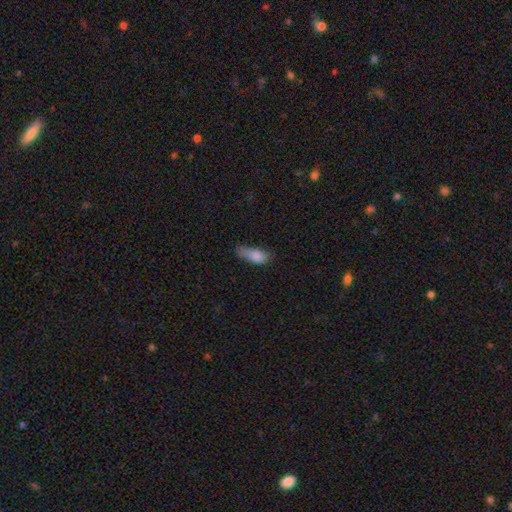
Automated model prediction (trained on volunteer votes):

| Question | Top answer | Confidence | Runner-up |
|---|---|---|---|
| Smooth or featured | smooth | 83% | featured or disk (9%) |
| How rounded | in between | 75% | cigar-shaped (22%) |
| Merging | none | 42% | minor disturbance (41%) |